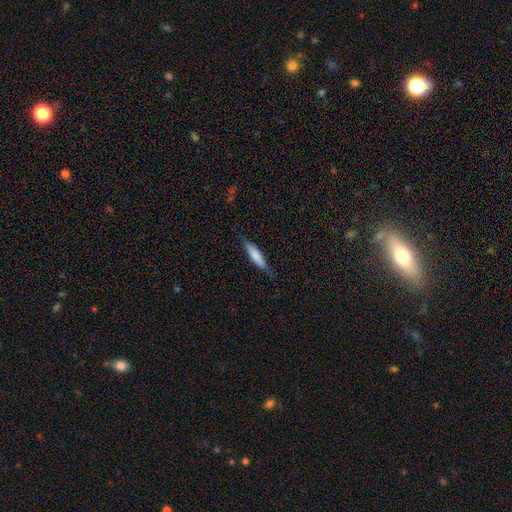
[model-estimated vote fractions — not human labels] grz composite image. It shows a smooth galaxy with no disk features (78%) that is cigar-shaped (74%). Merging: none (77%).